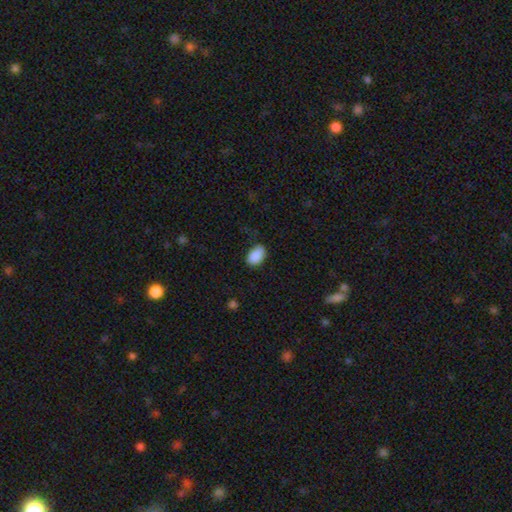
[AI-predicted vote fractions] This appears to be a smooth galaxy with no disk features (89%) that is in between round and cigar-shaped (89%). Merging: none (74%).